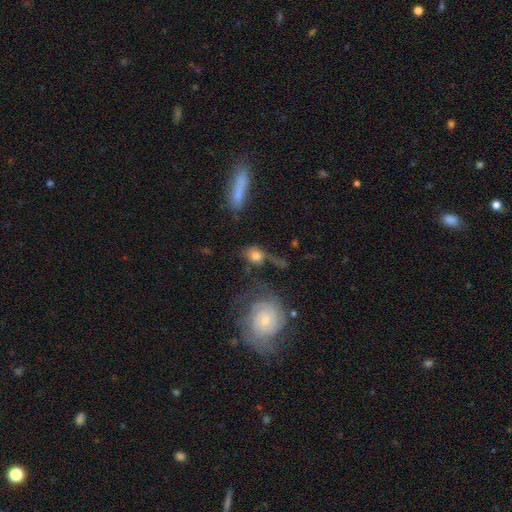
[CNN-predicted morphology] A smooth galaxy with no disk features (59%) that is round (62%).

Vote fractions:
- Smooth or featured? smooth: 59% / featured or disk: 30% / star or artifact: 11%
- How rounded? round: 62% / in between: 34% / cigar-shaped: 4%
- Merging? none: 39% / major disturbance: 24% / minor disturbance: 19% / merger: 17%